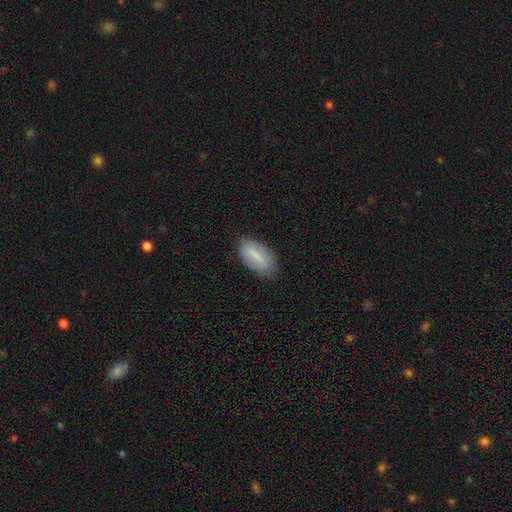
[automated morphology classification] The model was most divided on "smooth or featured": smooth: 72%, featured or disk: 21%, star or artifact: 7%. More confident: how rounded — in between (90%); merging — none (81%).